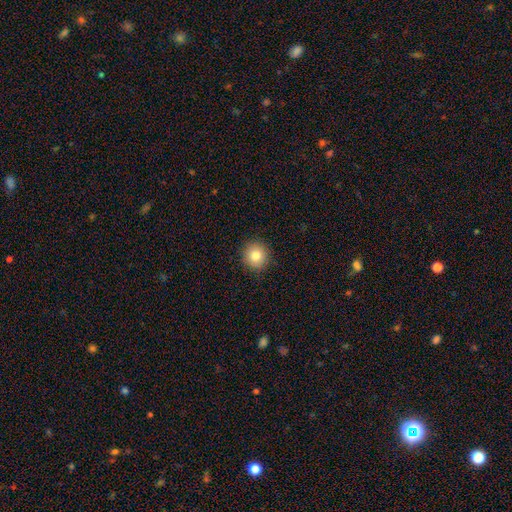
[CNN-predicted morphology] type=smooth (81%); roundness=round (93%); merging=none (91%).